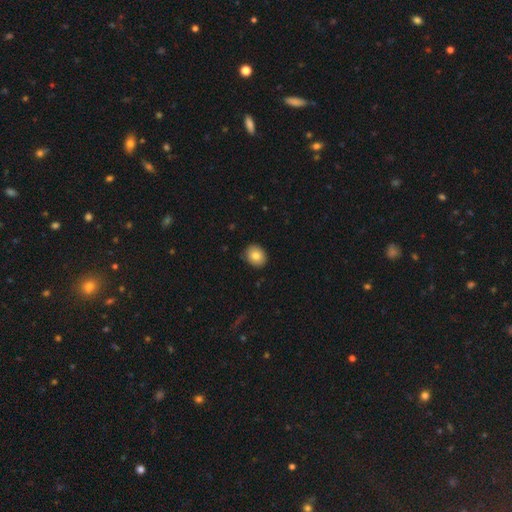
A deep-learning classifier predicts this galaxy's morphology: Overall: smooth (81%). How rounded: round (58%; in between 41%). Merging: none (86%).